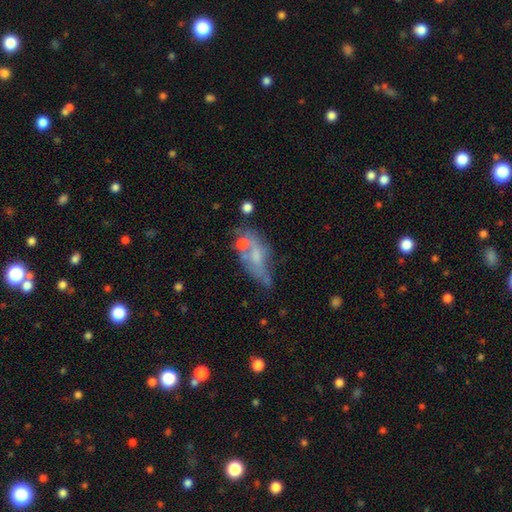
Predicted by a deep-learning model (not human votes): A featured or disk galaxy (47%). Merging: none (34%).